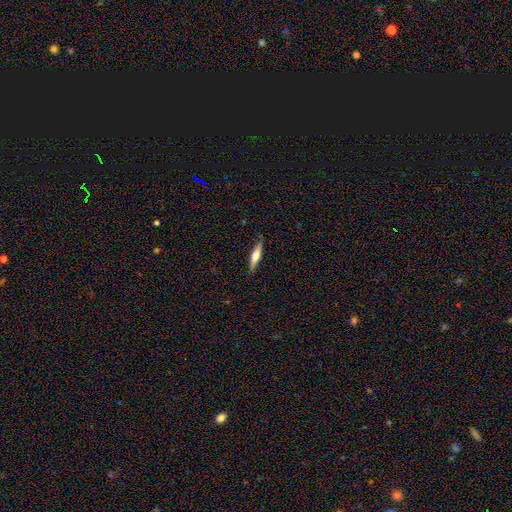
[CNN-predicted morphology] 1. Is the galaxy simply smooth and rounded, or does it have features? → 50% featured or disk, 45% smooth, 6% star or artifact.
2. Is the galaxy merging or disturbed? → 87% none, 10% minor disturbance, 2% major disturbance, 1% merger.